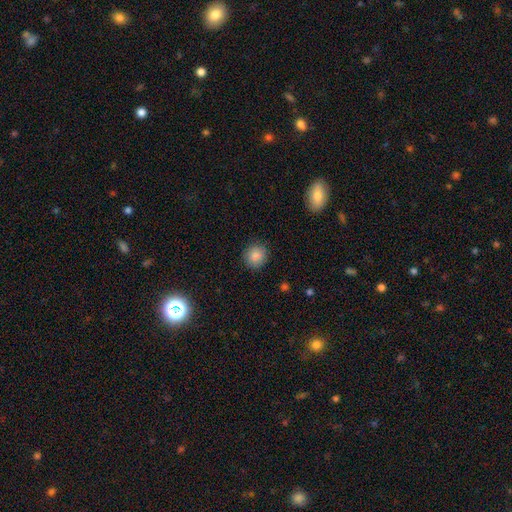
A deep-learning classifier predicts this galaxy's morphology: Overall: smooth (86%). How rounded: round (88%). Merging: none (88%).